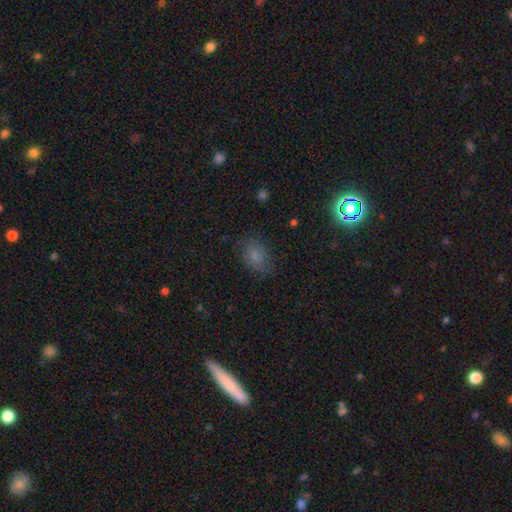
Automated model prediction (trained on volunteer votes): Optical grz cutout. It shows a smooth galaxy with no disk features (68%) that is in between round and cigar-shaped (71%). Merging: none (67%).